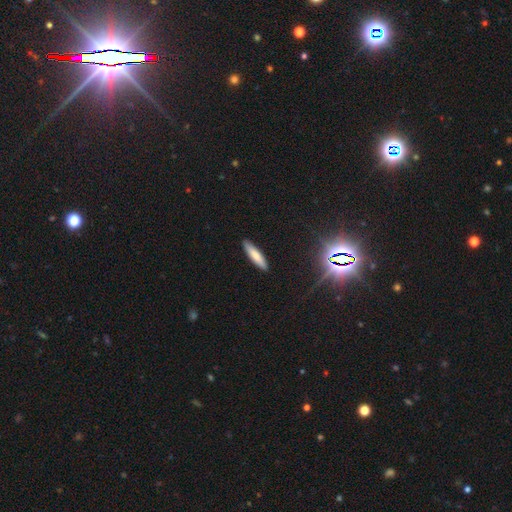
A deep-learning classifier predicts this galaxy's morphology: Overall: smooth (75%). How rounded: cigar-shaped (78%). Merging: none (89%).